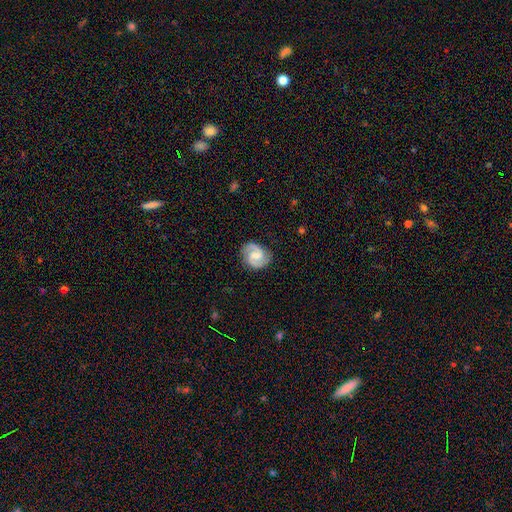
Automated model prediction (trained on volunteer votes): smooth-or-featured: featured or disk: 84% | smooth: 11% | star or artifact: 5%
  disk-edge-on: no: 98% | yes: 2%
    bar: weak: 58% | no: 26% | strong: 16%
    has-spiral-arms: yes: 97% | no: 3%
      spiral-winding: medium: 55% | tight: 26% | loose: 19%
      spiral-arm-count: 2: 93% | can't tell: 3% | 1: 2% | 3: 1% | 4: 1% | more than 4: 1%
    bulge-size: moderate: 42% | small: 38% | none: 15% | large: 4% | dominant: 1%
  merging: none: 83% | minor disturbance: 13% | major disturbance: 3% | merger: 1%